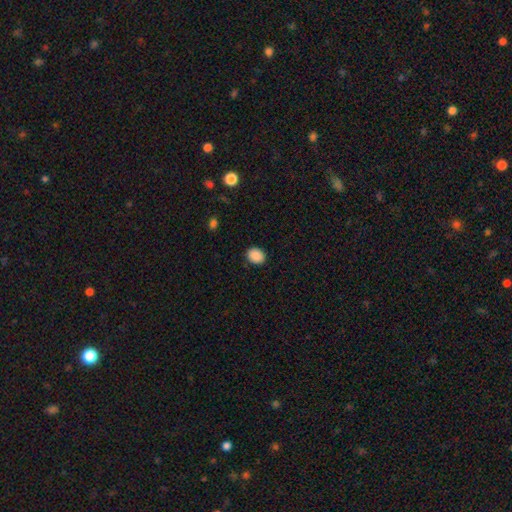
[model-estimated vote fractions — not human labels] This appears to be a smooth galaxy with no disk features (89%) that is in between round and cigar-shaped (57%). Merging: none (89%).